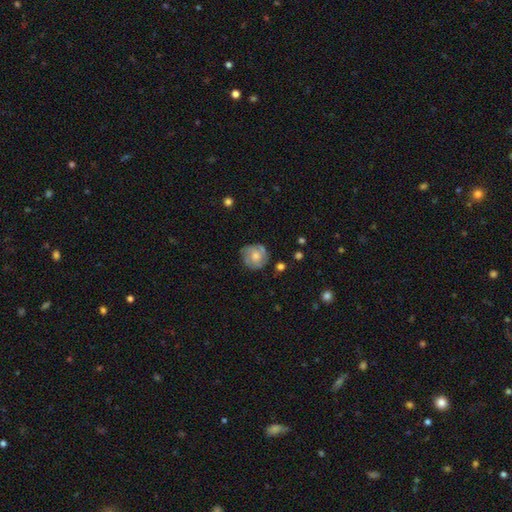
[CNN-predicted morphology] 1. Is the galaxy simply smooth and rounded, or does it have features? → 52% smooth, 41% featured or disk, 7% star or artifact.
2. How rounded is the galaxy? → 86% round, 13% in between, 1% cigar-shaped.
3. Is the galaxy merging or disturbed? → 71% none, 21% minor disturbance, 6% major disturbance, 2% merger.